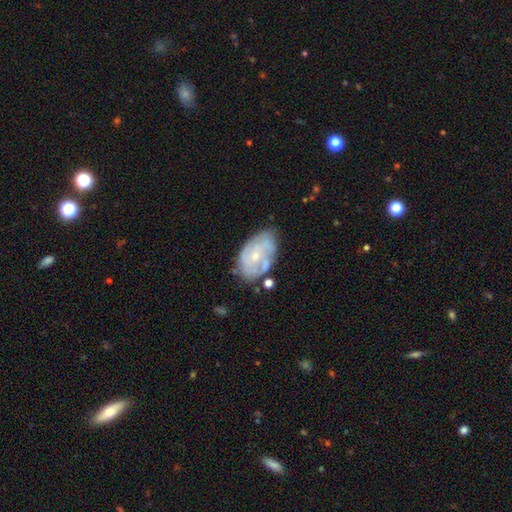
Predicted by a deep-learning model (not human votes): Smooth or featured: featured or disk — 74% (smooth — 19%)
Edge-on disk: no — 97% (yes — 3%)
Bar: no — 69% (weak — 27%)
Spiral arms: yes — 82% (no — 18%)
Spiral winding: tight — 52% (medium — 35%)
Spiral arm count: can't tell — 41% (2 — 21%)
Bulge size: small — 67% (moderate — 28%)
Merging: none — 62% (minor disturbance — 25%)